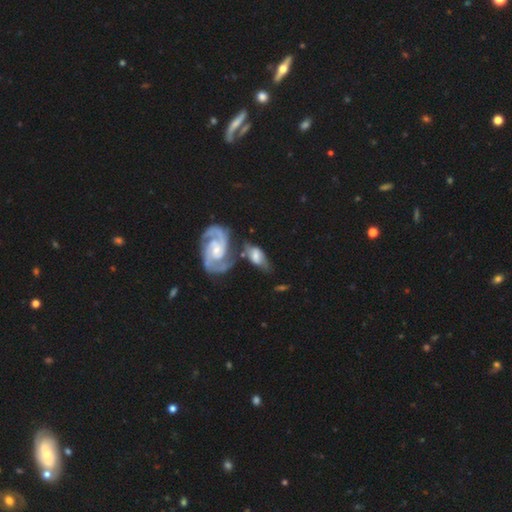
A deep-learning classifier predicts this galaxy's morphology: This is likely a featured or disk galaxy (67%). It is clearly not viewed edge-on (94%). Bar: possibly no (49%). Spiral arm pattern: clearly yes (90%). Spiral arm count: likely 2 (79%). Spiral winding: possibly medium (47%). Central bulge: possibly small (50%). Merging: marginally merger (42%).